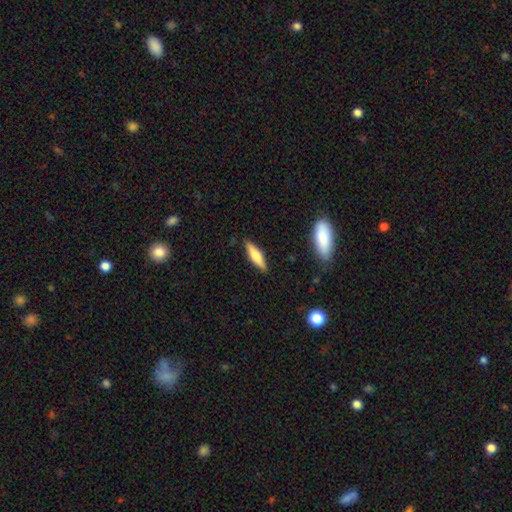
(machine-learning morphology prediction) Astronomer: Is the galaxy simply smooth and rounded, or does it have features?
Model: smooth — 60%.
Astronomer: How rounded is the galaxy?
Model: cigar-shaped — 68%.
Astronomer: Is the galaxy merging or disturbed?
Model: none — 88%.